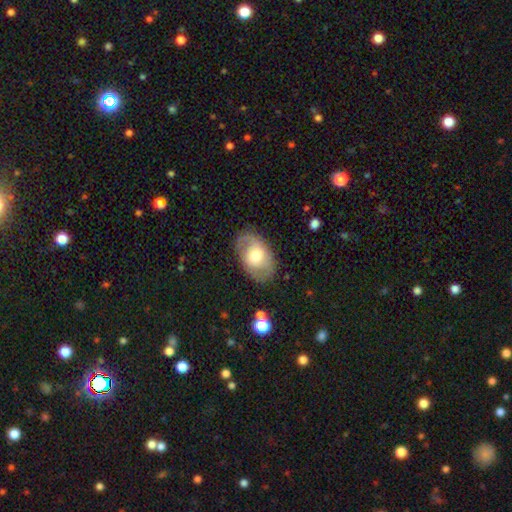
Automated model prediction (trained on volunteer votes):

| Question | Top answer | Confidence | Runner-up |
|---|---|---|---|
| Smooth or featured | smooth | 50% | featured or disk (43%) |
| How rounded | in between | 87% | round (12%) |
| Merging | none | 77% | minor disturbance (16%) |